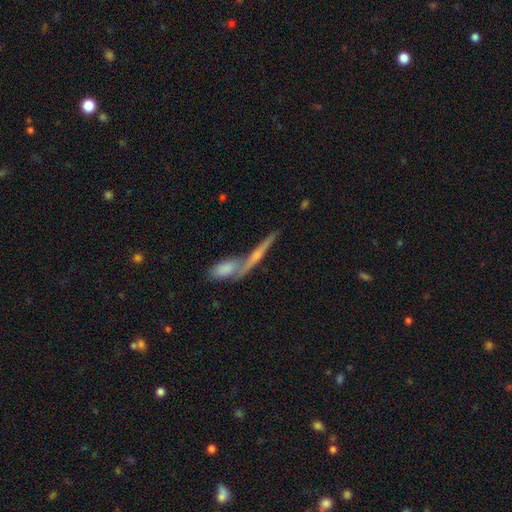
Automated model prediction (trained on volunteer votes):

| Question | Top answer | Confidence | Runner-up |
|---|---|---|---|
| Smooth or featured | featured or disk | 58% | smooth (28%) |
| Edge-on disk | yes | 82% | no (18%) |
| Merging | merger | 48% | none (37%) |